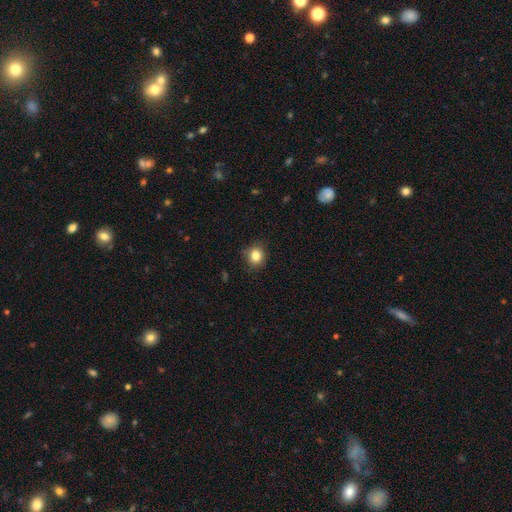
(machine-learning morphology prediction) smooth-or-featured: smooth: 83% | star or artifact: 11% | featured or disk: 6%
  how-rounded: round: 81% | in between: 18% | cigar-shaped: 1%
  merging: none: 85% | minor disturbance: 11% | major disturbance: 2% | merger: 1%